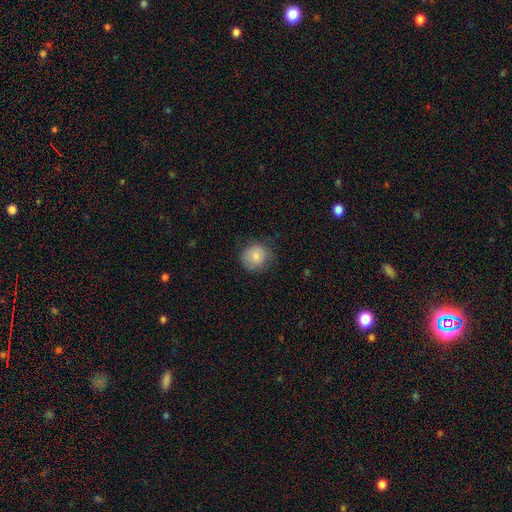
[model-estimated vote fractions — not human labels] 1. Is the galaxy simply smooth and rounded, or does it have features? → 79% smooth, 13% featured or disk, 8% star or artifact.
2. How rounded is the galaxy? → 86% round, 13% in between, 1% cigar-shaped.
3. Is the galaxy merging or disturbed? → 71% none, 21% minor disturbance, 7% major disturbance, 1% merger.